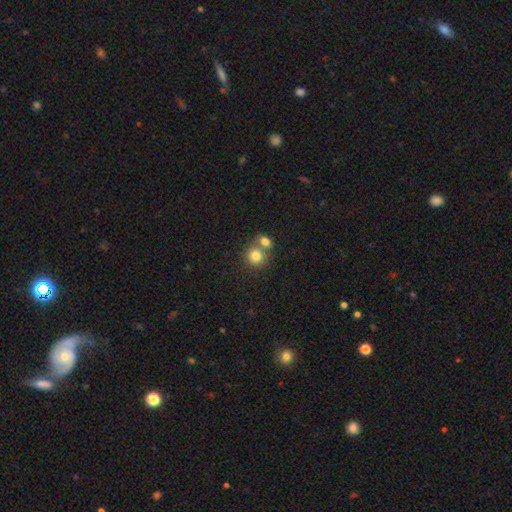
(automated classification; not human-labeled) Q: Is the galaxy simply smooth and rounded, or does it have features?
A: smooth — 80%.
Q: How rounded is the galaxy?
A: round — 84%.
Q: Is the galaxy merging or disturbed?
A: merger — 47%.